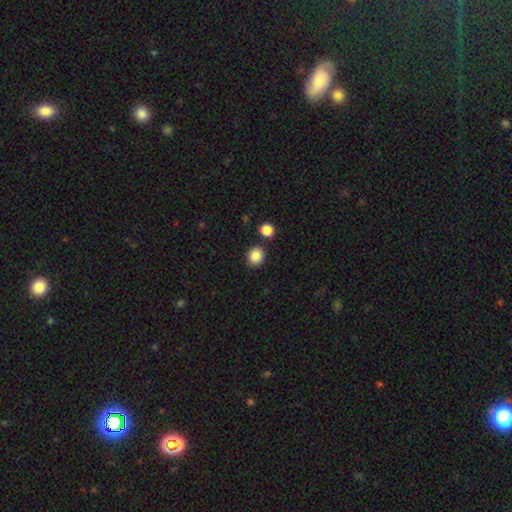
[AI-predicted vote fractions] Smooth or featured? Predicted: smooth (p=0.87). How rounded? Predicted: round (p=0.74). Merging? Predicted: none (p=0.85).